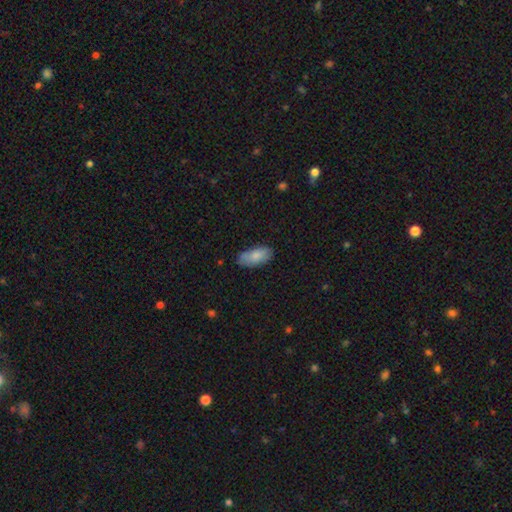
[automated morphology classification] Q: Smooth or featured?
A: smooth (82%); runner-up: featured or disk (12%)
Q: How rounded?
A: in between (91%); runner-up: cigar-shaped (7%)
Q: Merging?
A: none (77%); runner-up: minor disturbance (18%)